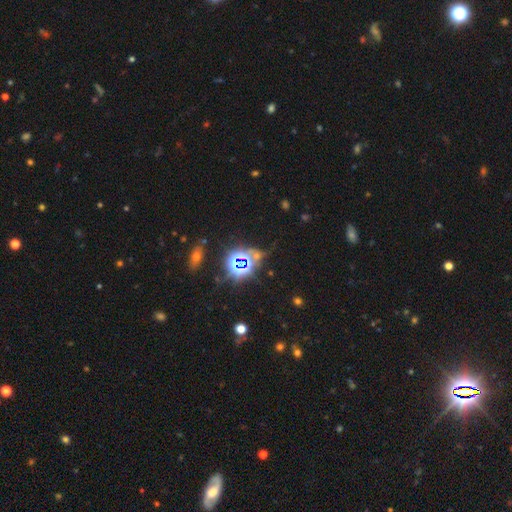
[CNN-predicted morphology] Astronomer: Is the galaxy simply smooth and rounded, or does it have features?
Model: star or artifact — 74%.